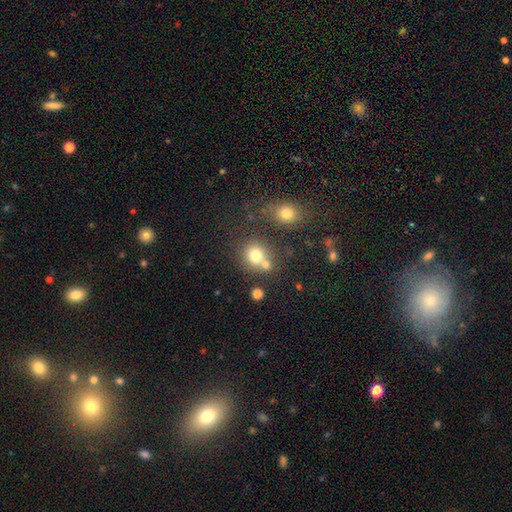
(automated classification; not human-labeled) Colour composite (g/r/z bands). It shows a smooth galaxy with no disk features (76%) that is round (82%). Merging: none (54%).